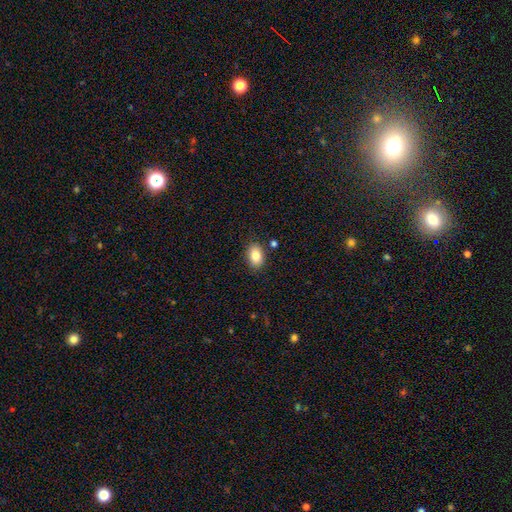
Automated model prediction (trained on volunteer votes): A smooth galaxy with no disk features (84%) that is in between round and cigar-shaped (84%).

Vote fractions:
- Smooth or featured? smooth: 84% / star or artifact: 8% / featured or disk: 8%
- How rounded? in between: 84% / round: 14% / cigar-shaped: 1%
- Merging? none: 84% / minor disturbance: 10% / merger: 4% / major disturbance: 2%